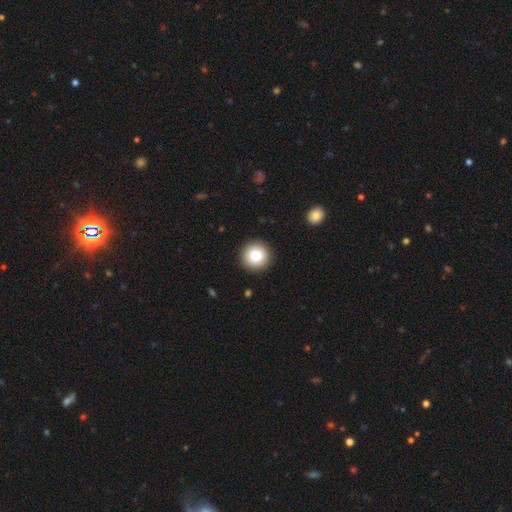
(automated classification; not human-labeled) Smooth or featured? Predicted: smooth (p=0.86). How rounded? Predicted: round (p=0.96). Merging? Predicted: none (p=0.92).